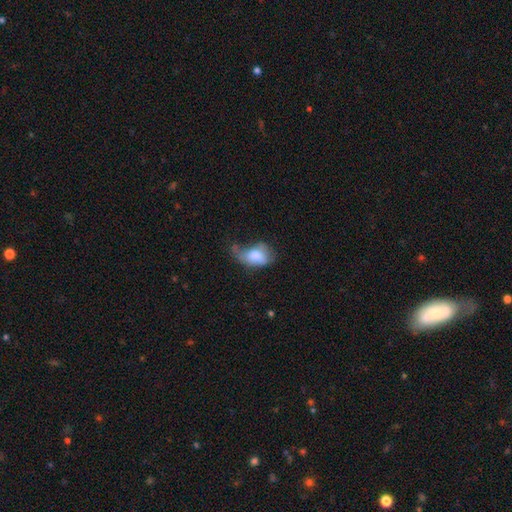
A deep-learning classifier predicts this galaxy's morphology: Smooth or featured? Predicted: smooth (p=0.73). How rounded? Predicted: in between (p=0.86). Merging? Predicted: major disturbance (p=0.37).